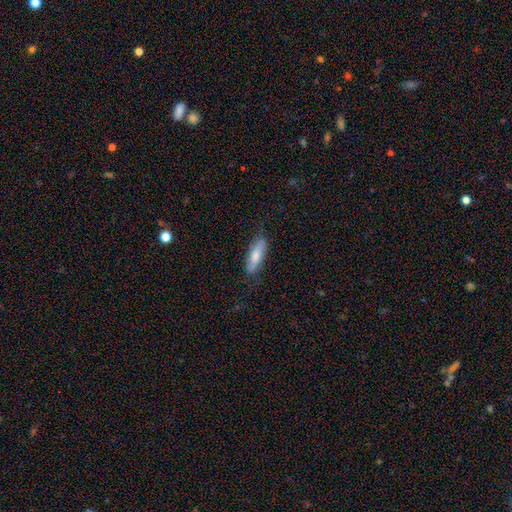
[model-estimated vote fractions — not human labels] A smooth galaxy with no disk features (74%) that is in between round and cigar-shaped (56%). Merging: none (76%).